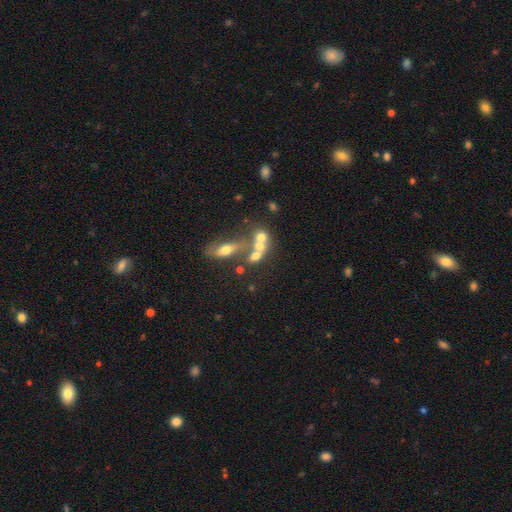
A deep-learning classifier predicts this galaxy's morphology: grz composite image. It shows a smooth galaxy with no disk features (57%) that is in between round and cigar-shaped (51%). Merging: merger (52%).